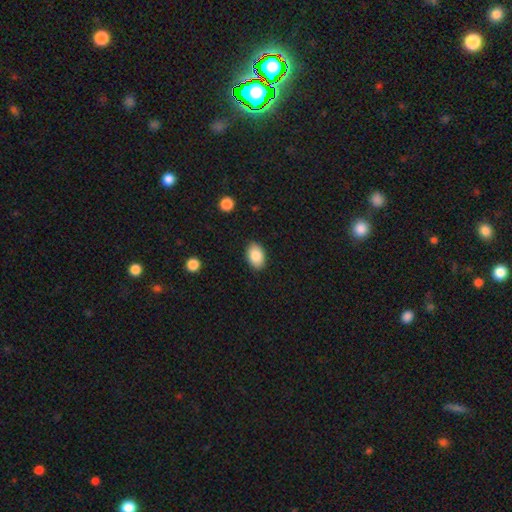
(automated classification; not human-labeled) Smooth or featured? smooth (87%)
How rounded? in between (89%)
Merging? none (88%)